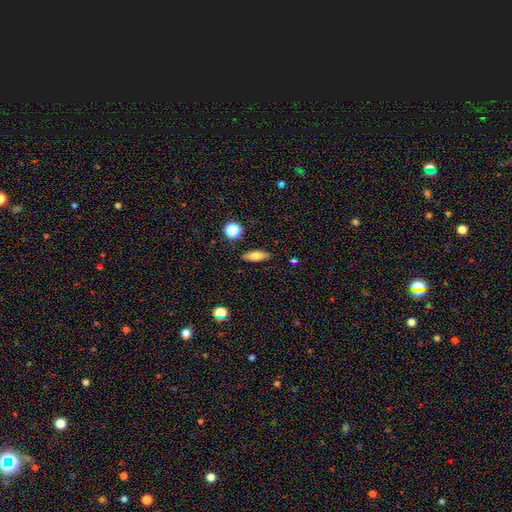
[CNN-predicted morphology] Q: Smooth or featured?
A: smooth (72%); runner-up: featured or disk (20%)
Q: How rounded?
A: in between (54%); runner-up: cigar-shaped (41%)
Q: Merging?
A: none (87%); runner-up: minor disturbance (9%)